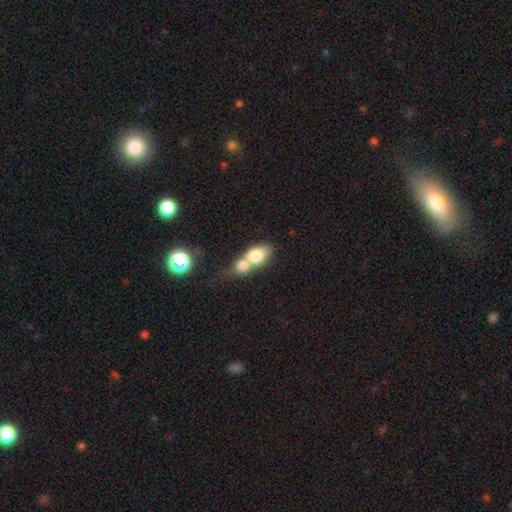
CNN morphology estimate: Overall: smooth (73%). How rounded: in between (73%). Merging: merger (72%).